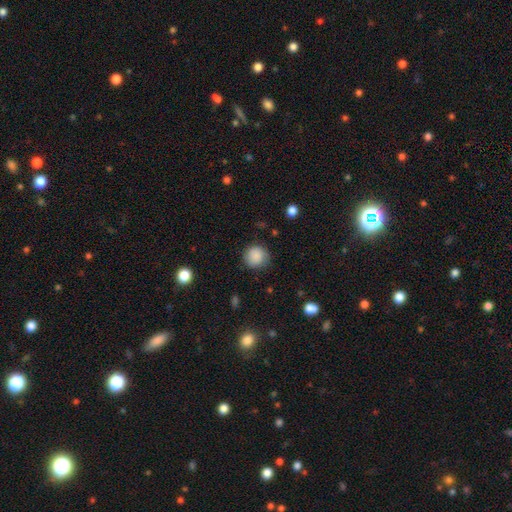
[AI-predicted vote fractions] Smooth or featured: smooth — 87% (star or artifact — 8%)
How rounded: round — 92% (in between — 7%)
Merging: none — 82% (minor disturbance — 13%)